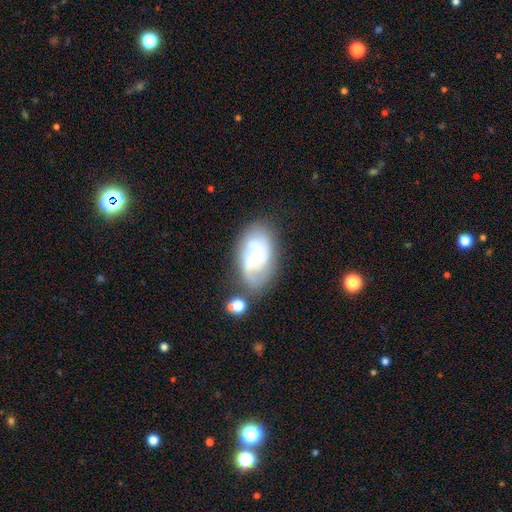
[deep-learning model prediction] Smooth or featured?
  - featured or disk: 71% *
  - smooth: 22%
  - star or artifact: 7%
Edge-on disk?
  - no: 96% *
  - yes: 4%
Bar?
  - no: 60% *
  - weak: 33%
  - strong: 7%
Spiral arms?
  - yes: 88% *
  - no: 12%
Spiral winding?
  - medium: 44% *
  - tight: 39%
  - loose: 18%
Spiral arm count?
  - 2: 54% *
  - can't tell: 24%
  - 3: 11%
  - 1: 5%
  - 4: 2%
  - more than 4: 2%
Bulge size?
  - small: 59% *
  - moderate: 34%
  - none: 3%
  - large: 3%
  - dominant: 1%
Merging?
  - none: 62% *
  - minor disturbance: 21%
  - major disturbance: 9%
  - merger: 8%